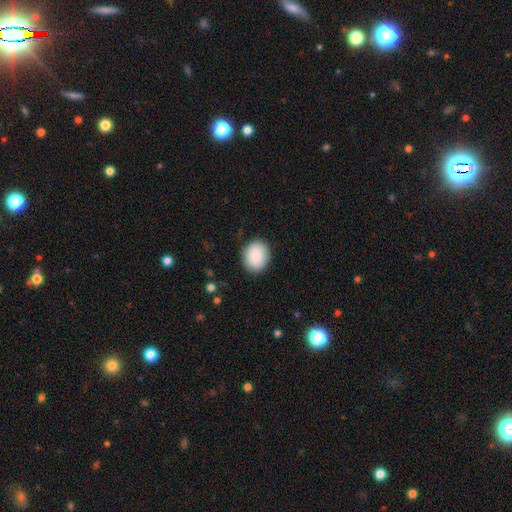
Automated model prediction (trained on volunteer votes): The model was most divided on "how rounded": in between: 50%, round: 49%, cigar-shaped: 1%. More confident: smooth or featured — smooth (89%); merging — none (87%).